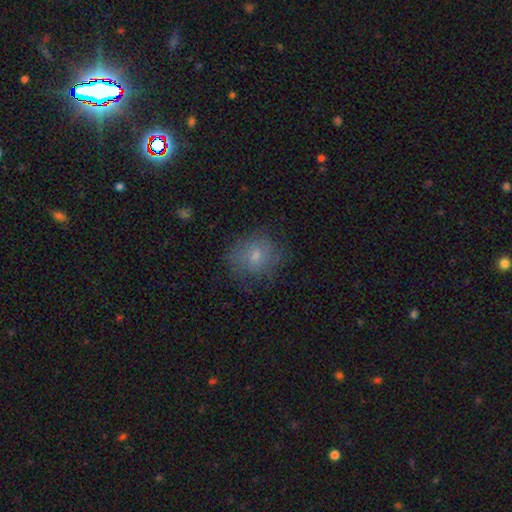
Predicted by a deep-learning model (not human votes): This appears to be a smooth galaxy with no disk features (66%) that is round (69%). Merging: none (65%).